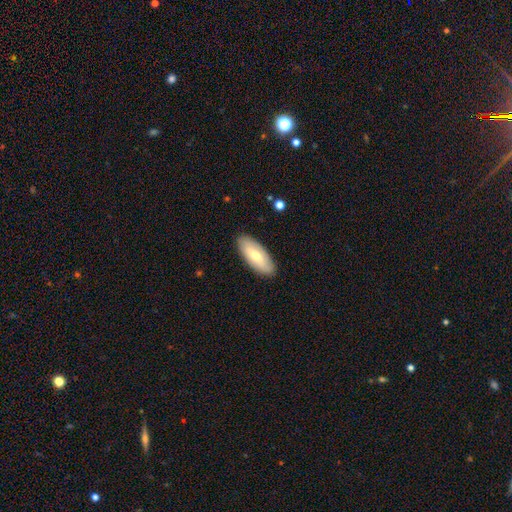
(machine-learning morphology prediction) Q: Smooth or featured?
A: smooth (59%); runner-up: featured or disk (35%)
Q: How rounded?
A: in between (82%); runner-up: cigar-shaped (16%)
Q: Merging?
A: none (88%); runner-up: minor disturbance (9%)